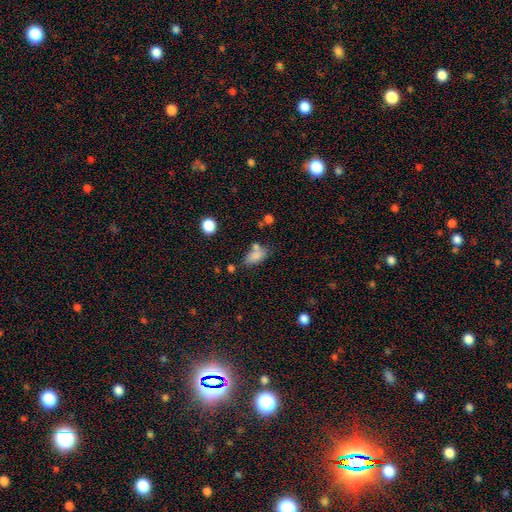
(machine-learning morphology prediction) Overall: smooth (79%). How rounded: in between (87%). Merging: none (51%; minor disturbance 21%).